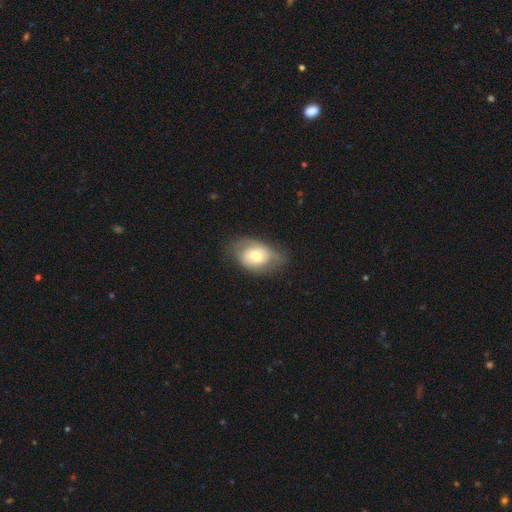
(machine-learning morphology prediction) Smooth or featured?
  - smooth: 49% *
  - featured or disk: 44%
  - star or artifact: 7%
Merging?
  - none: 64% *
  - minor disturbance: 25%
  - major disturbance: 9%
  - merger: 1%